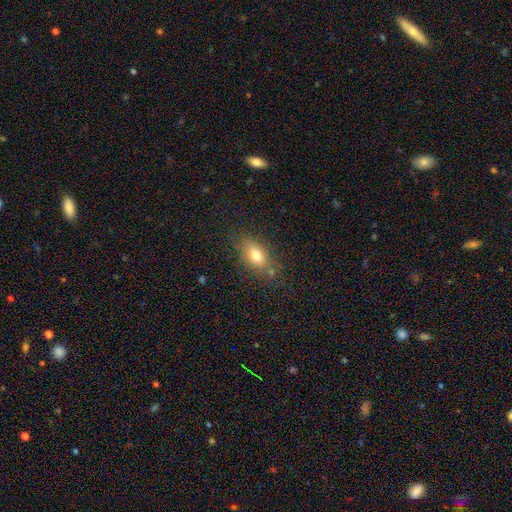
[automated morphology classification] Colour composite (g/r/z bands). It shows a smooth galaxy with no disk features (73%) that is in between round and cigar-shaped (80%). Merging: none (77%).